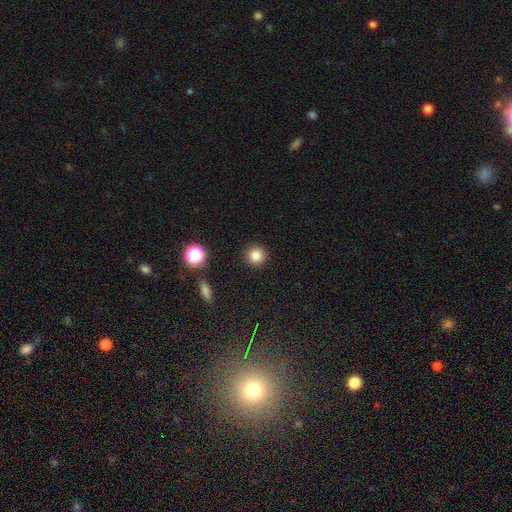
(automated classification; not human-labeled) smooth-or-featured: smooth: 83% | star or artifact: 12% | featured or disk: 4%
  how-rounded: round: 94% | in between: 5% | cigar-shaped: 1%
  merging: none: 91% | minor disturbance: 5% | major disturbance: 2% | merger: 1%